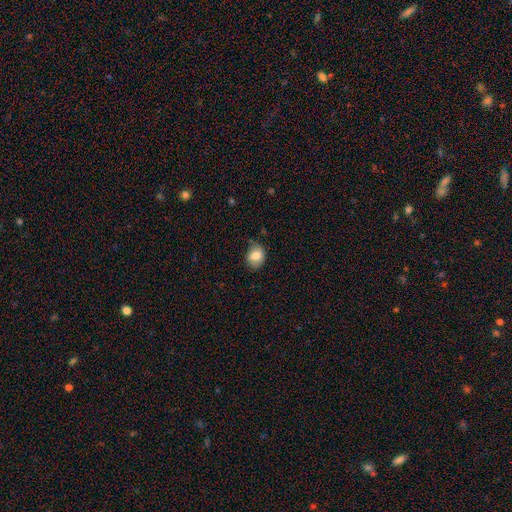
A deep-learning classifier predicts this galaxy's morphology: Overall: smooth (80%). How rounded: in between (50%; round 49%). Merging: none (72%).